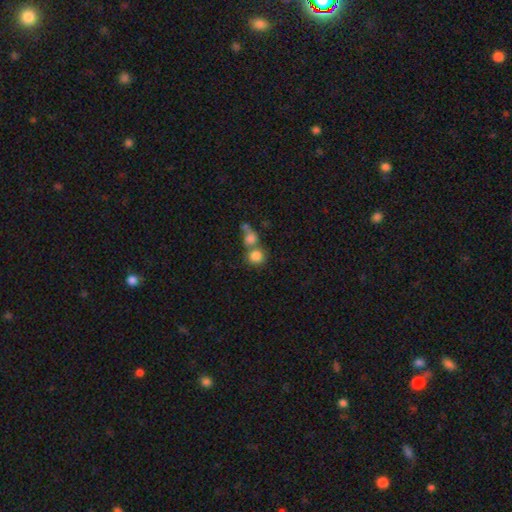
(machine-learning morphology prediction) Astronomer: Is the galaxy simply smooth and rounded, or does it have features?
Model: smooth — 81%.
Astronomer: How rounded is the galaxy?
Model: round — 85%.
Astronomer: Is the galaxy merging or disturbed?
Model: merger — 46% (runner-up: none, 41%).